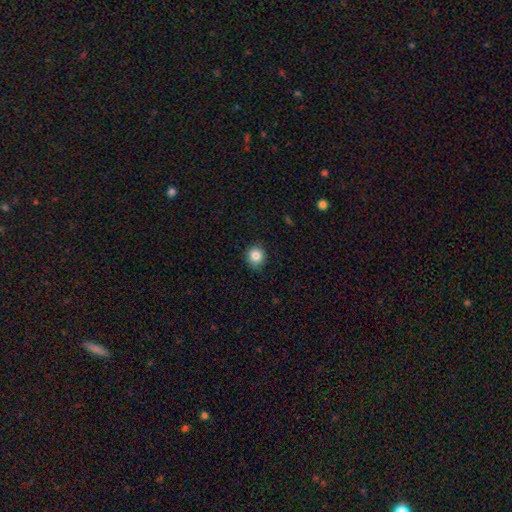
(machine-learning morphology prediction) Q: Smooth or featured?
A: smooth (84%); runner-up: star or artifact (10%)
Q: How rounded?
A: round (86%); runner-up: in between (13%)
Q: Merging?
A: none (84%); runner-up: minor disturbance (13%)